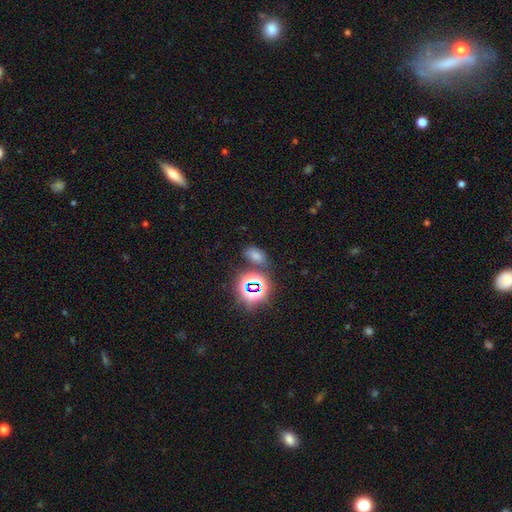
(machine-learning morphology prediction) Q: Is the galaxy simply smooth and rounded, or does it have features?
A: smooth — 59%.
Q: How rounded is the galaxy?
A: in between — 86%.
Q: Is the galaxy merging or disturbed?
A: none — 70%.